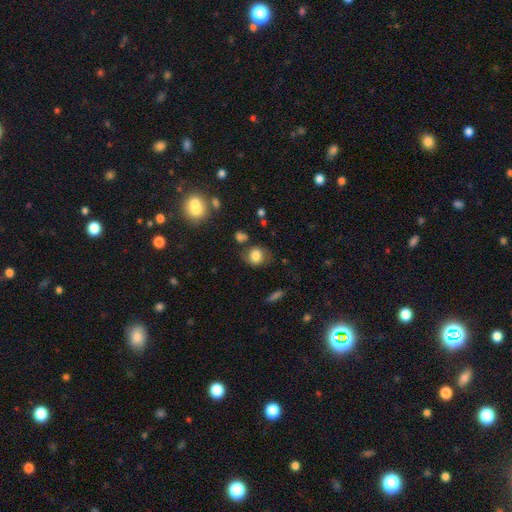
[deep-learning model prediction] Smooth or featured? Predicted: smooth (p=0.72). How rounded? Predicted: round (p=0.61). Merging? Predicted: none (p=0.61).